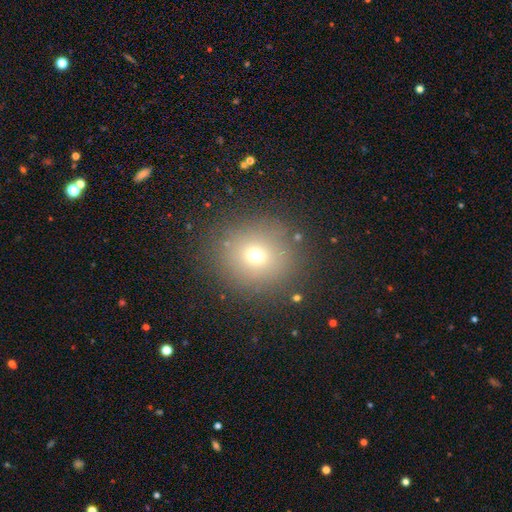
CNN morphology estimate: Smooth or featured: smooth — 67% (star or artifact — 21%)
How rounded: round — 88% (in between — 11%)
Merging: none — 86% (minor disturbance — 8%)